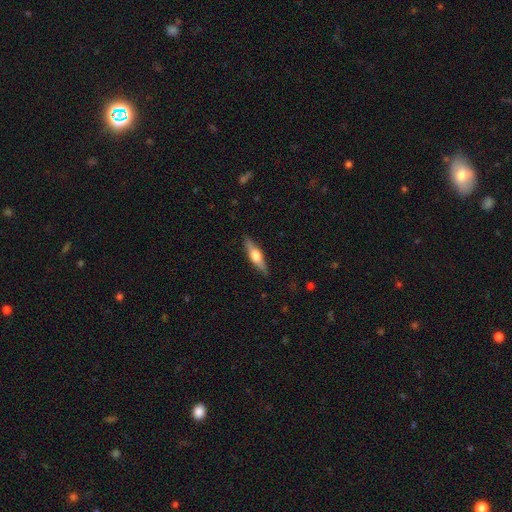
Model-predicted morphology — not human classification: Smooth or featured: featured or disk — 55% (smooth — 39%)
Edge-on disk: yes — 94% (no — 6%)
Edge-on bulge: rounded — 92% (boxy — 6%)
Merging: none — 87% (minor disturbance — 9%)